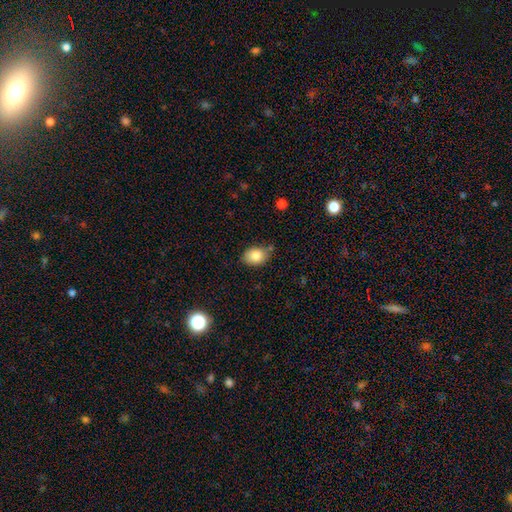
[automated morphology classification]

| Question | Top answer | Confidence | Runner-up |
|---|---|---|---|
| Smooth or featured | smooth | 83% | featured or disk (9%) |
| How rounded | in between | 72% | round (27%) |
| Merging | none | 74% | minor disturbance (18%) |